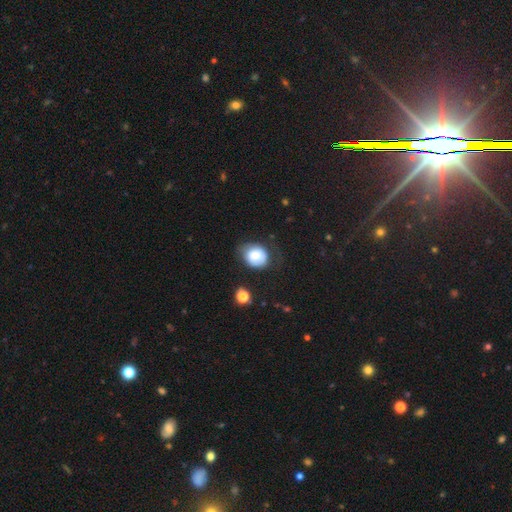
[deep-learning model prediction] Smooth or featured? smooth (73%)
How rounded? round (60%)
Merging? none (53%)